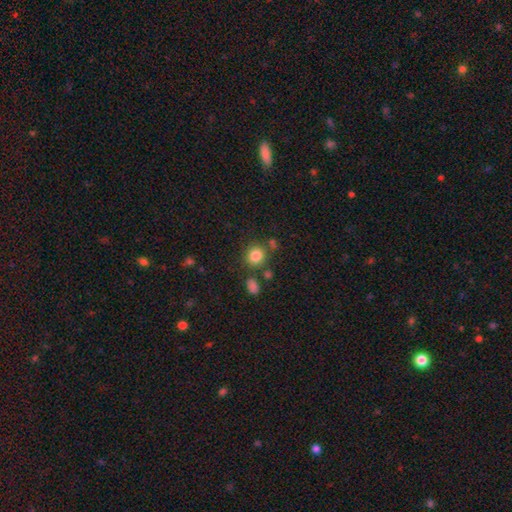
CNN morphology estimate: smooth-or-featured: smooth: 84% | star or artifact: 11% | featured or disk: 6%
  how-rounded: round: 84% | in between: 15% | cigar-shaped: 1%
  merging: none: 76% | minor disturbance: 11% | merger: 9% | major disturbance: 4%